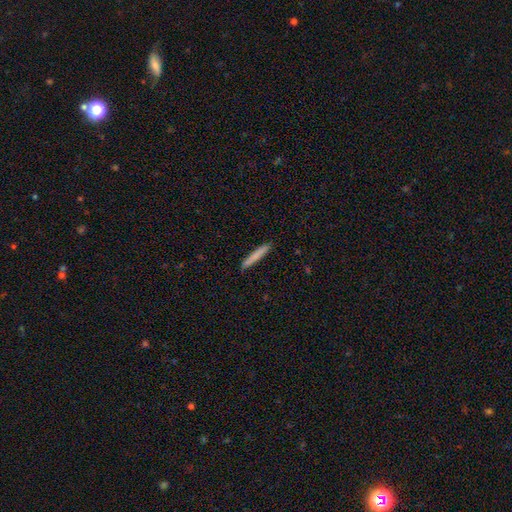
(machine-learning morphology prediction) This is likely a smooth galaxy (77%). How rounded: clearly cigar-shaped (96%). Merging: clearly none (91%).